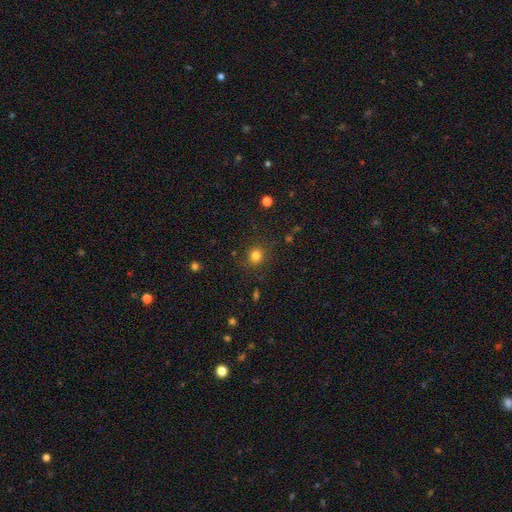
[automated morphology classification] The model was most divided on "smooth or featured": smooth: 81%, star or artifact: 14%, featured or disk: 5%. More confident: how rounded — round (86%); merging — none (86%).